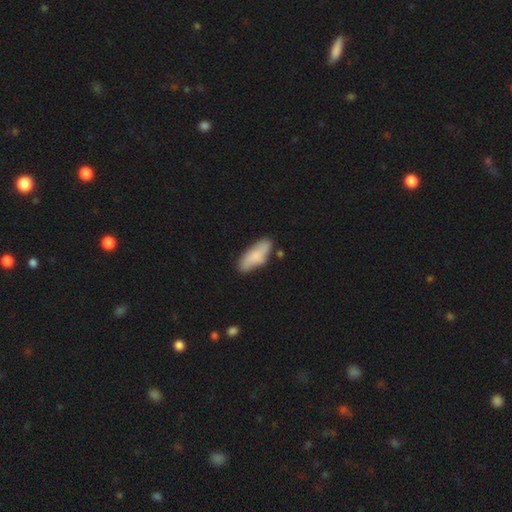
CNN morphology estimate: Smooth or featured: smooth — 74% (featured or disk — 20%)
How rounded: in between — 73% (cigar-shaped — 25%)
Merging: none — 70% (minor disturbance — 21%)